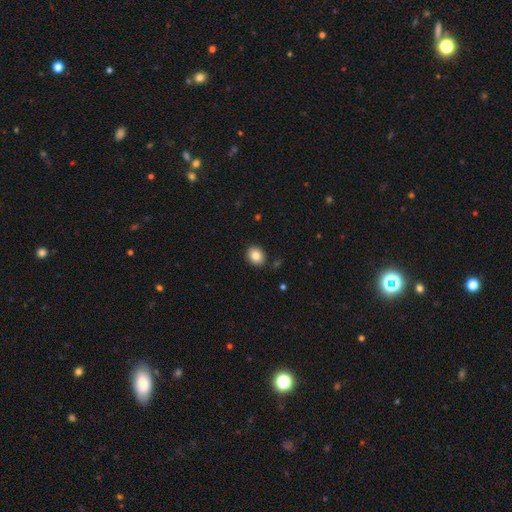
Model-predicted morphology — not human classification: smooth-or-featured: smooth: 84% | star or artifact: 9% | featured or disk: 7%
  how-rounded: round: 52% | in between: 47% | cigar-shaped: 1%
  merging: none: 88% | minor disturbance: 8% | major disturbance: 2% | merger: 2%